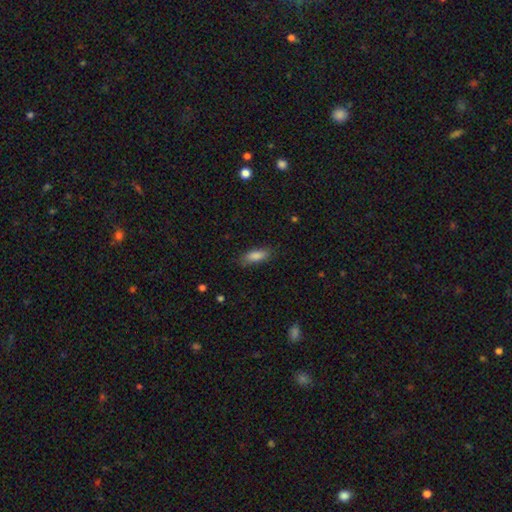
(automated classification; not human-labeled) Smooth or featured? Predicted: smooth (p=0.85). How rounded? Predicted: in between (p=0.64). Merging? Predicted: none (p=0.81).